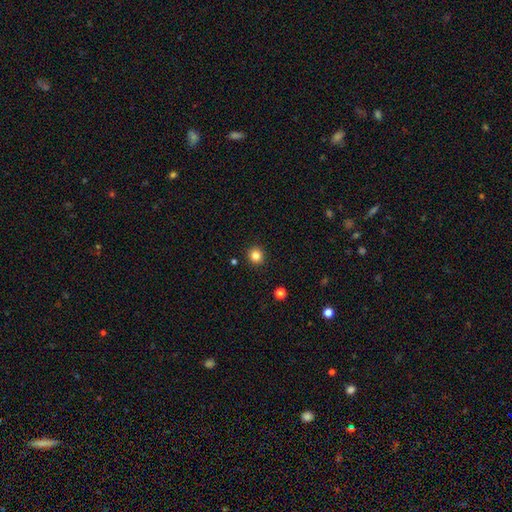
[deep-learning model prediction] The model was most divided on "smooth or featured": smooth: 83%, star or artifact: 12%, featured or disk: 5%. More confident: merging — none (92%); how rounded — round (89%).